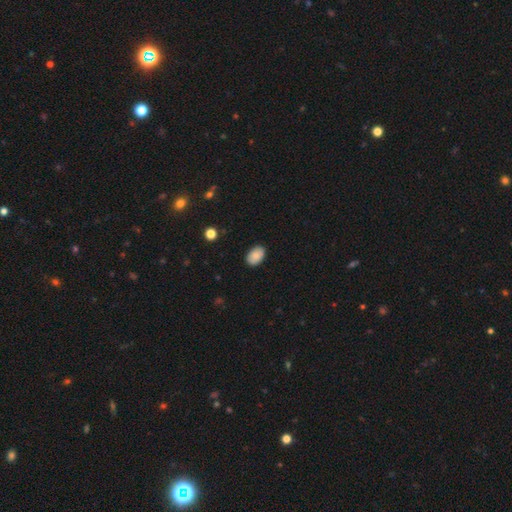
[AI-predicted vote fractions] Smooth or featured: smooth — 87% (star or artifact — 7%)
How rounded: in between — 89% (round — 10%)
Merging: none — 88% (minor disturbance — 9%)